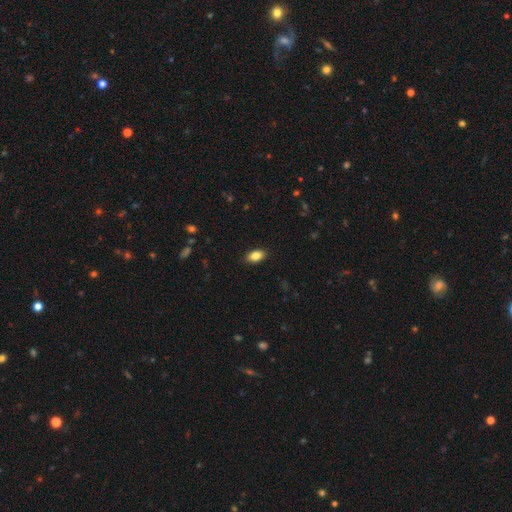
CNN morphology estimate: Smooth or featured? Predicted: smooth (p=0.86). How rounded? Predicted: in between (p=0.92). Merging? Predicted: none (p=0.89).